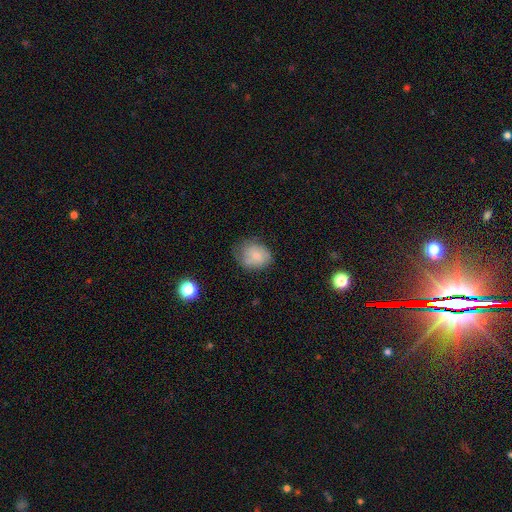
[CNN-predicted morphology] smooth_or_featured: smooth (p=0.61) [alt: featured or disk p=0.30]
how_rounded: round (p=0.54) [alt: in between p=0.45]
merging: none (p=0.57) [alt: minor disturbance p=0.30]